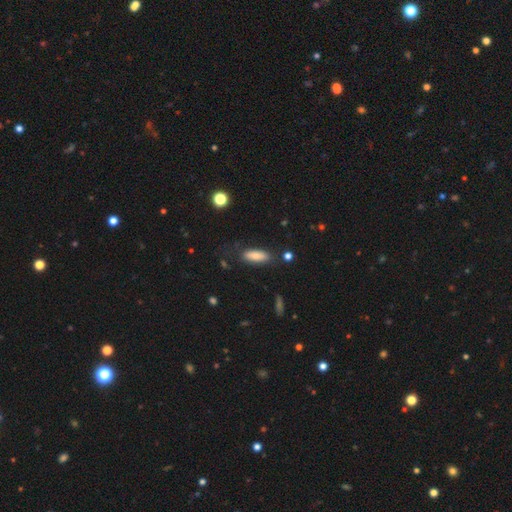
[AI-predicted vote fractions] smooth 79%, featured or disk 13%, star or artifact 7%. Down the decision tree: how rounded — in between (65%); merging — none (76%).